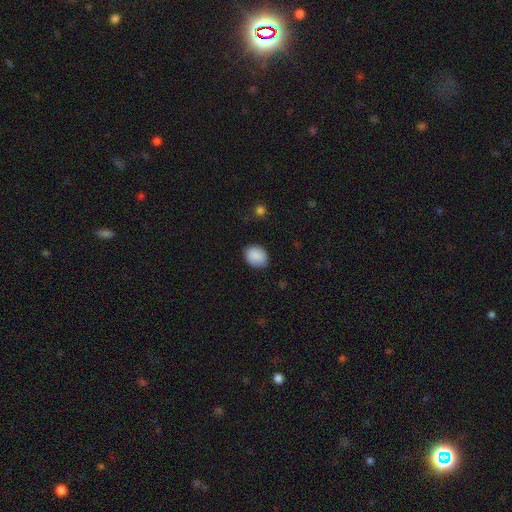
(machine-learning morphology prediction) smooth 88%, star or artifact 7%, featured or disk 5%. Down the decision tree: how rounded — in between (53%); merging — none (84%).